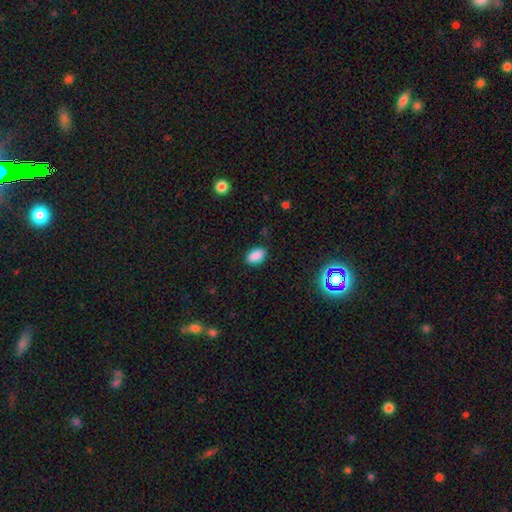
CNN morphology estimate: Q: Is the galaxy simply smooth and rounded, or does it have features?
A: smooth — 87%.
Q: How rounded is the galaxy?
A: in between — 91%.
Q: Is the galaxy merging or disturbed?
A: none — 86%.